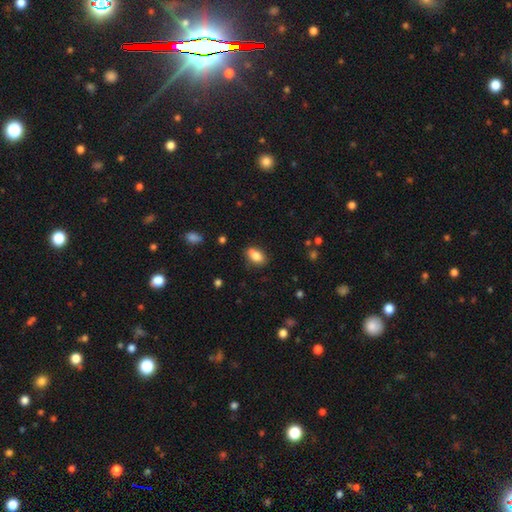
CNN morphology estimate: Smooth or featured?
  - smooth: 83% *
  - featured or disk: 8%
  - star or artifact: 8%
How rounded?
  - in between: 89% *
  - round: 8%
  - cigar-shaped: 3%
Merging?
  - none: 73% *
  - minor disturbance: 19%
  - major disturbance: 4%
  - merger: 4%